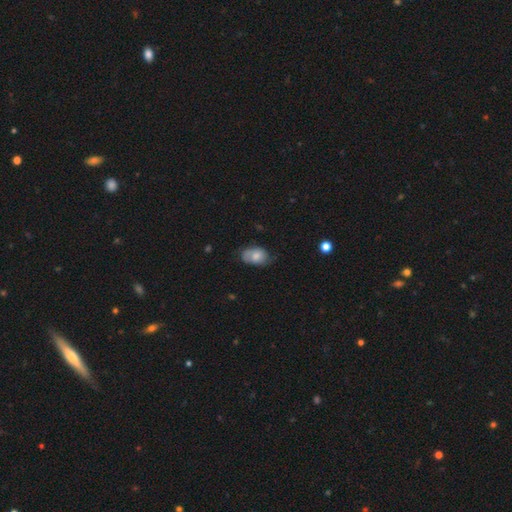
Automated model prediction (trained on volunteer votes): The model was most divided on "merging": none: 55%, minor disturbance: 34%, major disturbance: 10%, merger: 2%. More confident: how rounded — in between (87%); smooth or featured — smooth (66%).